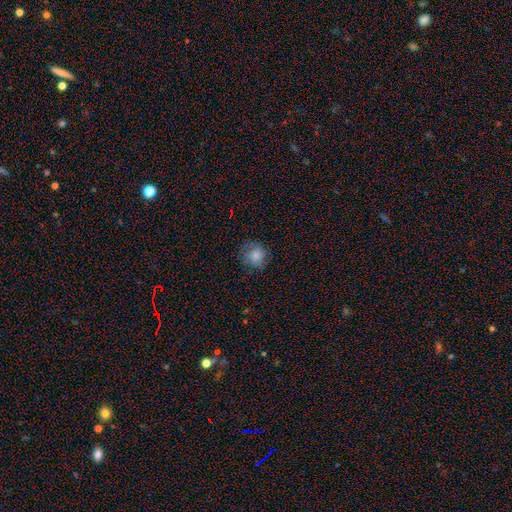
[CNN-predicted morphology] This is clearly a smooth galaxy (81%). How rounded: clearly round (88%). Merging: likely none (79%).